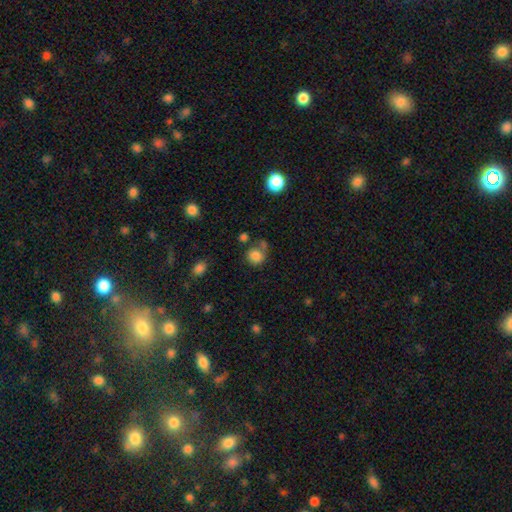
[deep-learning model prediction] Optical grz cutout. It shows a smooth galaxy with no disk features (82%) that is round (84%). Merging: none (61%).